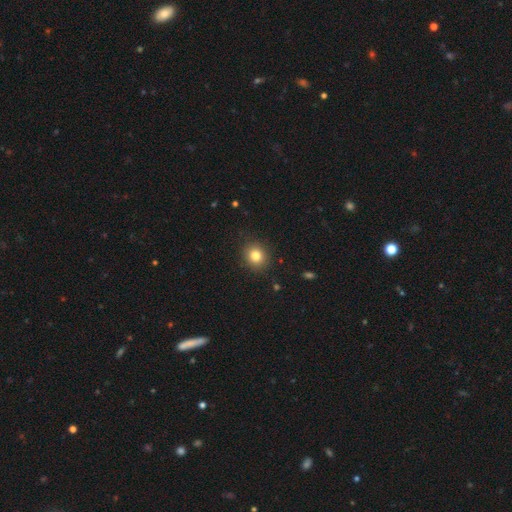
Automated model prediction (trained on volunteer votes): Smooth or featured?
  - smooth: 82% *
  - star or artifact: 12%
  - featured or disk: 7%
How rounded?
  - round: 82% *
  - in between: 17%
  - cigar-shaped: 1%
Merging?
  - none: 89% *
  - minor disturbance: 7%
  - major disturbance: 2%
  - merger: 1%